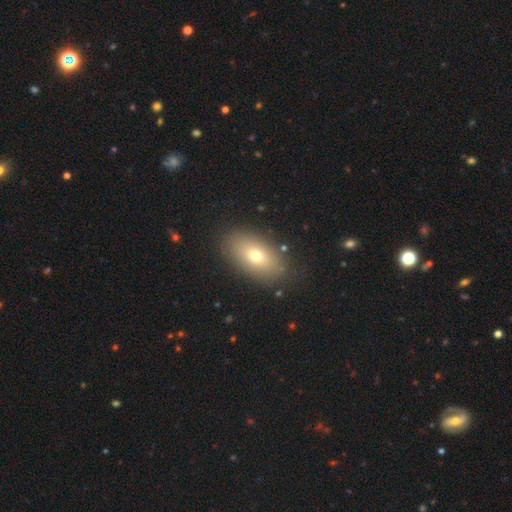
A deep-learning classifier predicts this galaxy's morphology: A smooth galaxy with no disk features (70%) that is in between round and cigar-shaped (89%).

Vote fractions:
- Smooth or featured? smooth: 70% / featured or disk: 19% / star or artifact: 10%
- How rounded? in between: 89% / round: 7% / cigar-shaped: 4%
- Merging? none: 86% / minor disturbance: 10% / major disturbance: 3% / merger: 1%